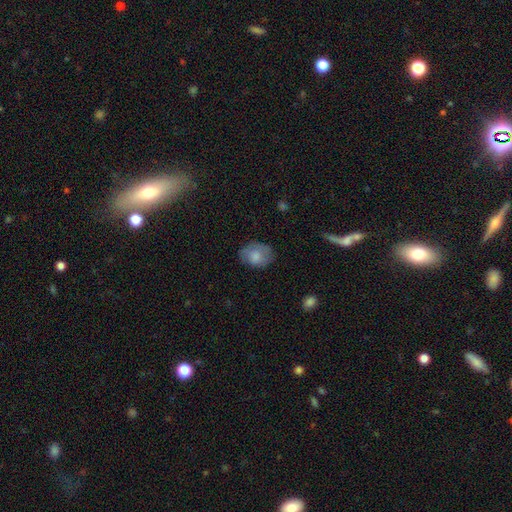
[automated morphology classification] smooth_or_featured: smooth (p=0.76) [alt: featured or disk p=0.16]
how_rounded: in between (p=0.69) [alt: round p=0.30]
merging: none (p=0.67) [alt: minor disturbance p=0.24]